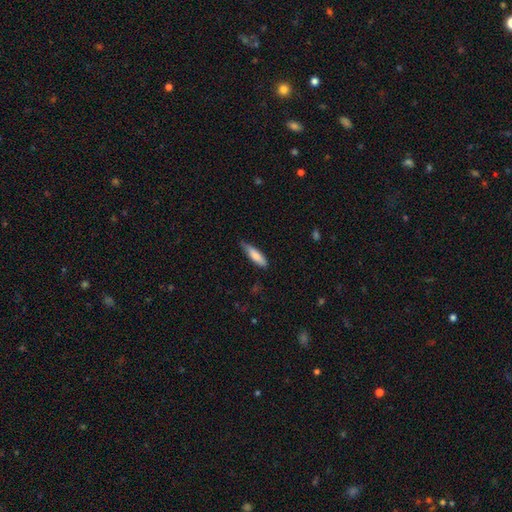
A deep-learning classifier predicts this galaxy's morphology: Q: Smooth or featured?
A: smooth (80%); runner-up: featured or disk (14%)
Q: How rounded?
A: cigar-shaped (63%); runner-up: in between (36%)
Q: Merging?
A: none (65%); runner-up: minor disturbance (30%)